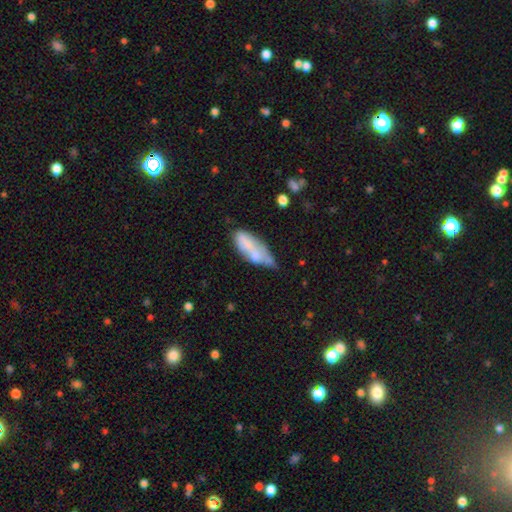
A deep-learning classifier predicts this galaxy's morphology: Smooth or featured? Predicted: smooth (p=0.58). How rounded? Predicted: in between (p=0.76). Merging? Predicted: minor disturbance (p=0.28).